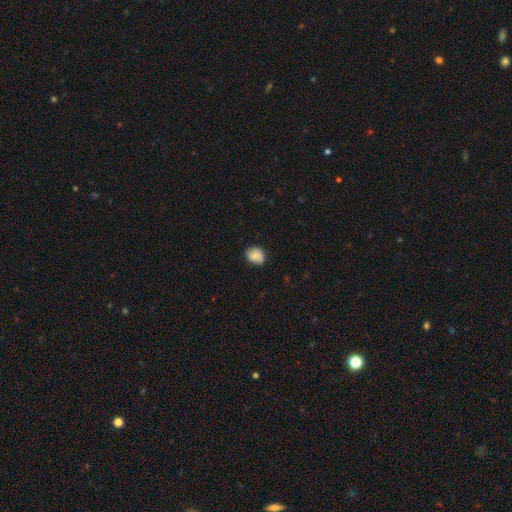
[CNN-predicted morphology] This is clearly a smooth galaxy (82%). How rounded: possibly round (55%). Merging: likely none (77%).